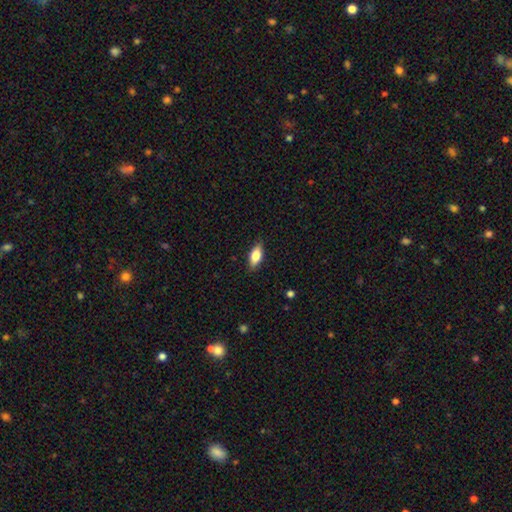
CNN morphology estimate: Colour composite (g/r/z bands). It shows a smooth galaxy with no disk features (75%) that is in between round and cigar-shaped (82%). Merging: none (85%).